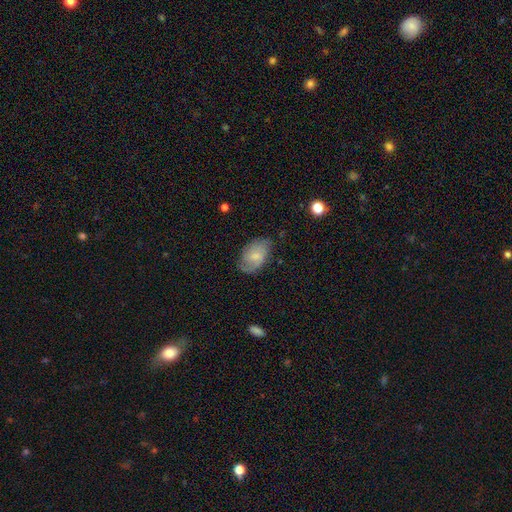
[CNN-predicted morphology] smooth-or-featured: featured or disk: 47% | smooth: 46% | star or artifact: 7%
  merging: none: 68% | minor disturbance: 24% | major disturbance: 7% | merger: 1%